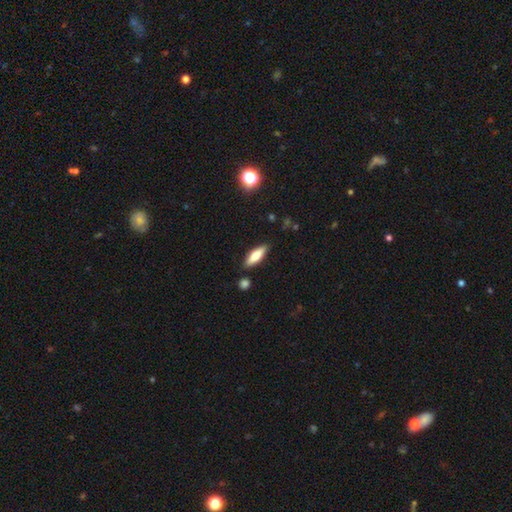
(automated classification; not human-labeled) A smooth galaxy with no disk features (69%) that is in between round and cigar-shaped (50%).

Vote fractions:
- Smooth or featured? smooth: 69% / featured or disk: 24% / star or artifact: 7%
- How rounded? in between: 50% / cigar-shaped: 48% / round: 2%
- Merging? none: 85% / minor disturbance: 10% / merger: 2% / major disturbance: 2%